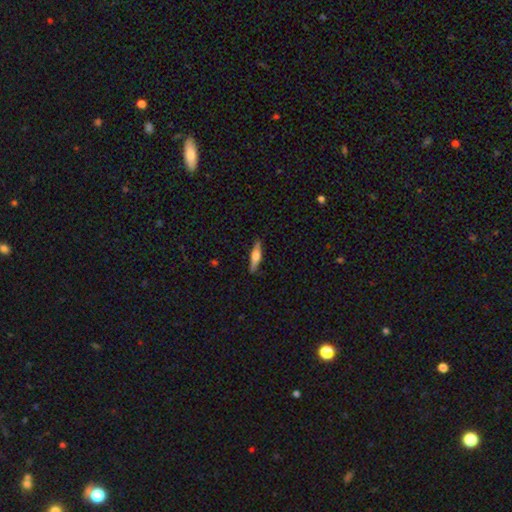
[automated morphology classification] This appears to be a featured or disk galaxy (53%) viewed edge-on (96%) with a rounded central bulge (85%). Merging: none (88%).